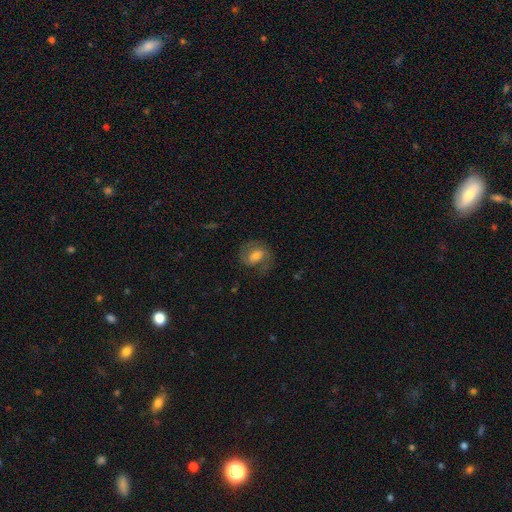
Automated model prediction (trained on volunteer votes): featured or disk 57%, smooth 35%, star or artifact 8%. Down the decision tree: edge-on disk — no (97%); bar — weak (46%); spiral arms — yes (86%); bulge size — moderate (56%); merging — none (66%).